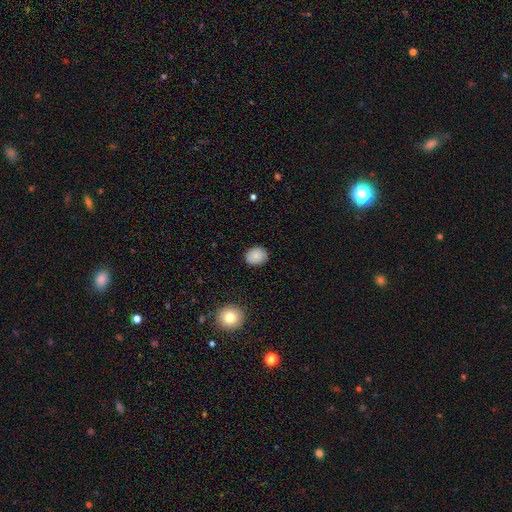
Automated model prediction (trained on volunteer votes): Morphology: type=smooth (87%); roundness=round (50%, tied with in between); merging=none (88%).